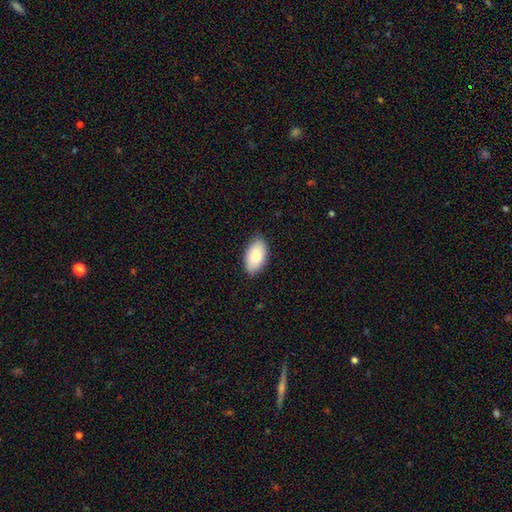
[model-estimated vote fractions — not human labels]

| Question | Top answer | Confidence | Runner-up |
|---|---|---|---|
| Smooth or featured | smooth | 84% | featured or disk (10%) |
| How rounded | in between | 95% | round (3%) |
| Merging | none | 86% | minor disturbance (11%) |